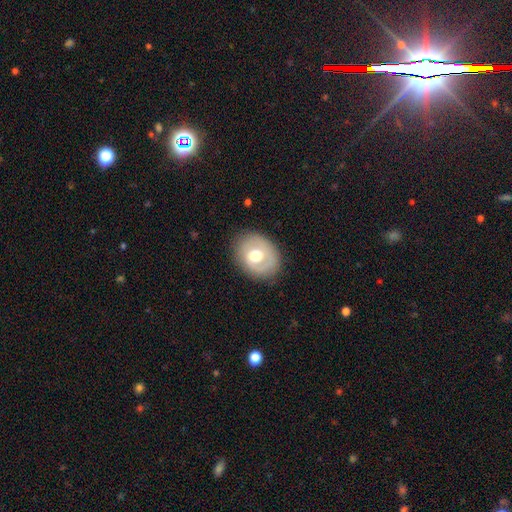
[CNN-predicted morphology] Smooth or featured? smooth (52%)
How rounded? round (55%)
Merging? none (77%)